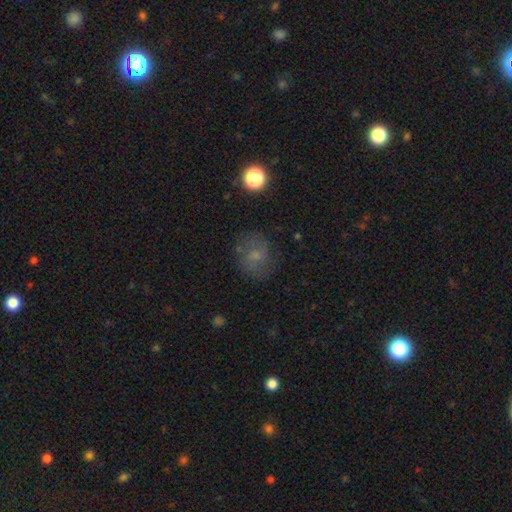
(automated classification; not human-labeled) This appears to be a smooth galaxy with no disk features (52%) that is round (70%). Merging: none (72%).